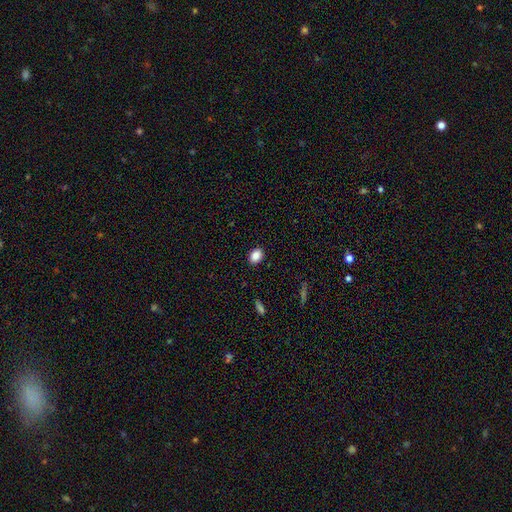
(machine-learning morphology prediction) Smooth or featured?
  - smooth: 87% *
  - star or artifact: 9%
  - featured or disk: 4%
How rounded?
  - in between: 71% *
  - round: 28%
  - cigar-shaped: 1%
Merging?
  - none: 90% *
  - minor disturbance: 7%
  - major disturbance: 2%
  - merger: 1%